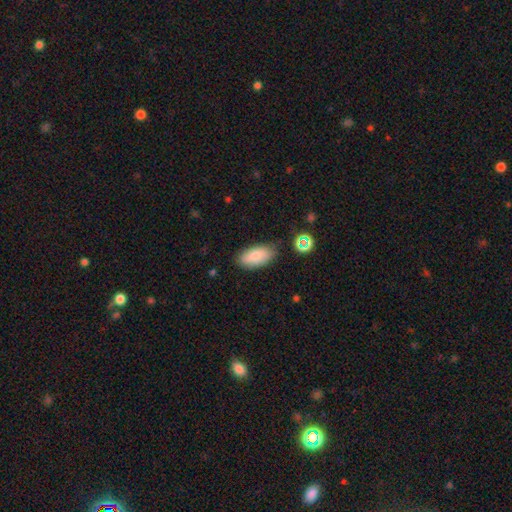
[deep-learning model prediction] Smooth or featured: smooth — 82% (featured or disk — 10%)
How rounded: in between — 90% (cigar-shaped — 6%)
Merging: none — 76% (minor disturbance — 17%)